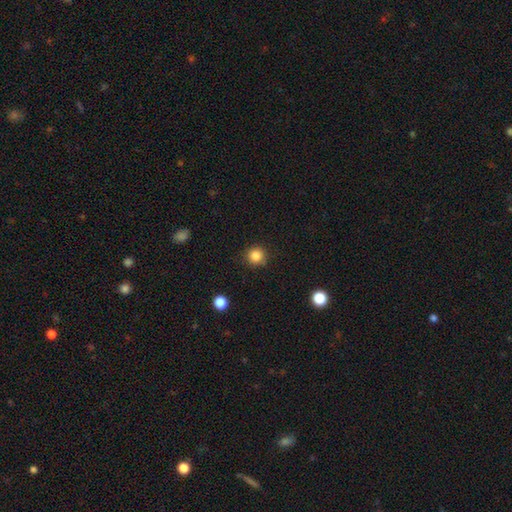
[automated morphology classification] Smooth or featured: smooth — 85% (star or artifact — 11%)
How rounded: round — 94% (in between — 5%)
Merging: none — 89% (minor disturbance — 7%)